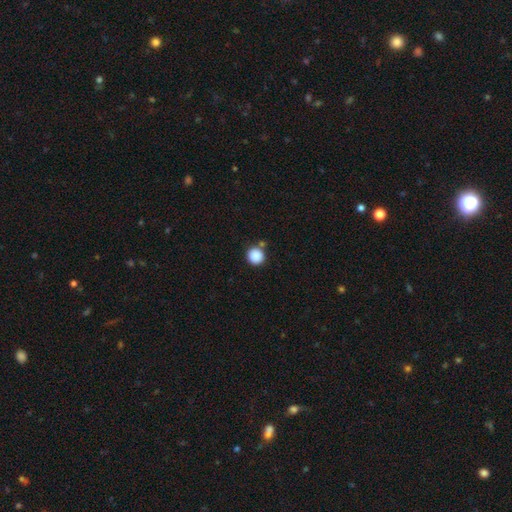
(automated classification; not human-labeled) A smooth galaxy with no disk features (88%) that is round (94%). Merging: none (79%).